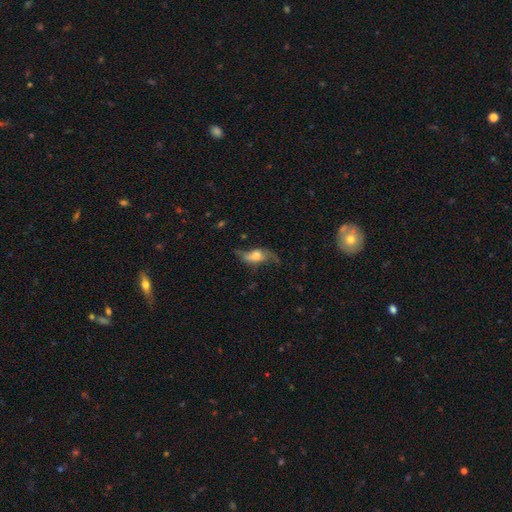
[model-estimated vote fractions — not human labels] Smooth or featured?
  - featured or disk: 60% *
  - smooth: 31%
  - star or artifact: 9%
Edge-on disk?
  - no: 79% *
  - yes: 21%
Merging?
  - none: 51% *
  - minor disturbance: 25%
  - major disturbance: 21%
  - merger: 3%